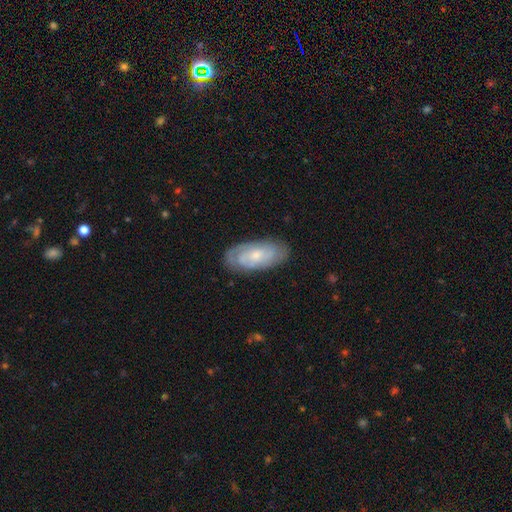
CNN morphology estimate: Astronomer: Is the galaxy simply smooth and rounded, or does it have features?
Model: featured or disk — 66%.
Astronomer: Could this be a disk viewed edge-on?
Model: no — 92%.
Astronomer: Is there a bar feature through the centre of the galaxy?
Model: no — 71%.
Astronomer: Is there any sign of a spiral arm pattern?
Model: yes — 83%.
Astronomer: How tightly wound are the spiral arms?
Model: tight — 64%.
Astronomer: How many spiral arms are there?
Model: can't tell — 42% (runner-up: 2, 39%).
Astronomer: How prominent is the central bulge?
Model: small — 62%.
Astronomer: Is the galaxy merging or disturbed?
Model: none — 80%.